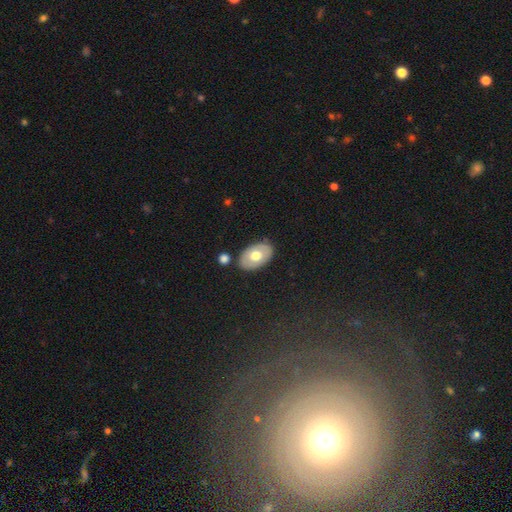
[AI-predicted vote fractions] smooth-or-featured: smooth: 57% | featured or disk: 37% | star or artifact: 6%
  how-rounded: in between: 89% | round: 10% | cigar-shaped: 1%
  merging: none: 83% | minor disturbance: 10% | merger: 4% | major disturbance: 3%